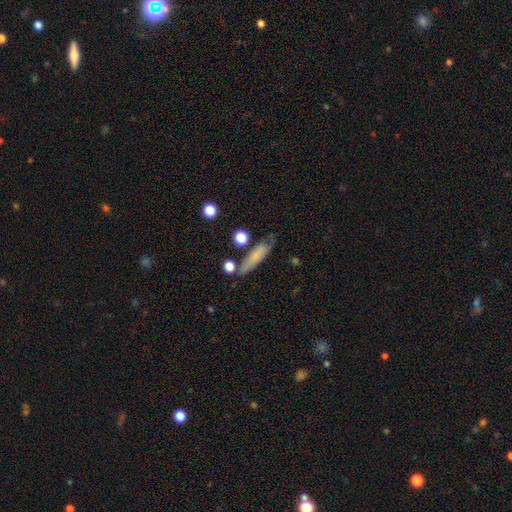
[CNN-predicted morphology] smooth 73%, featured or disk 17%, star or artifact 9%. Down the decision tree: how rounded — cigar-shaped (65%); merging — none (65%).